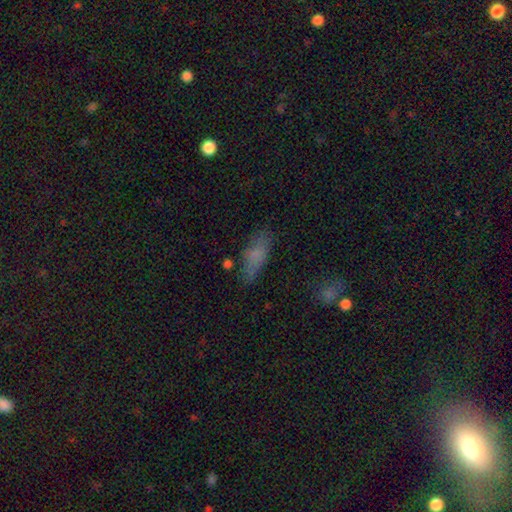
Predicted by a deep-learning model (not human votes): This is likely a smooth galaxy (73%). How rounded: likely in between (64%). Merging: likely none (68%).